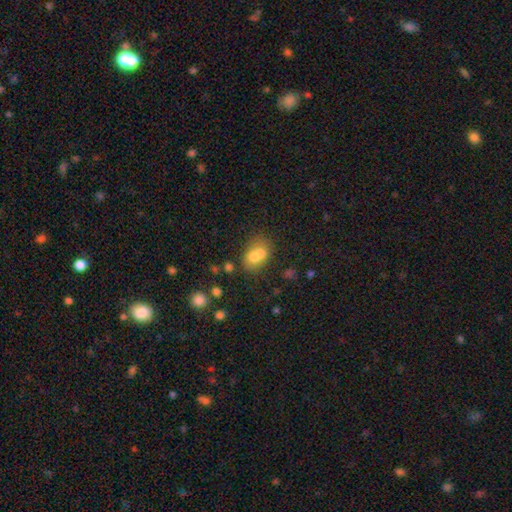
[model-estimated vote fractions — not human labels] smooth-or-featured: smooth: 67% | featured or disk: 22% | star or artifact: 11%
  how-rounded: in between: 57% | round: 42% | cigar-shaped: 1%
  merging: merger: 60% | none: 26% | minor disturbance: 9% | major disturbance: 5%